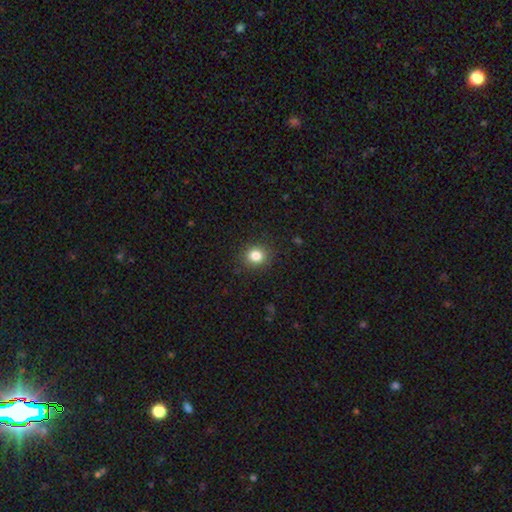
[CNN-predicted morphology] A smooth galaxy with no disk features (83%) that is round (80%). Merging: none (88%).